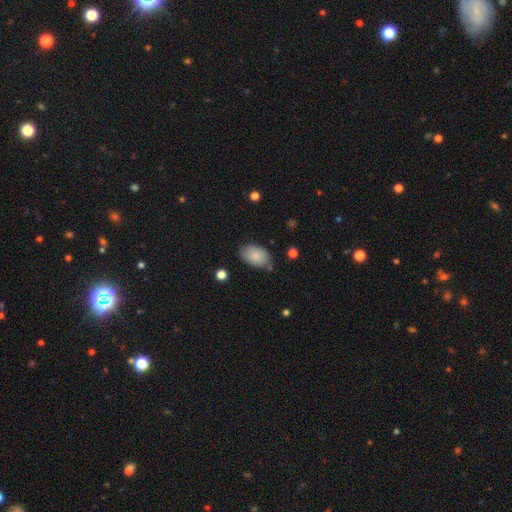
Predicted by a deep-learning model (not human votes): Overall: smooth (87%). How rounded: in between (92%). Merging: none (76%).